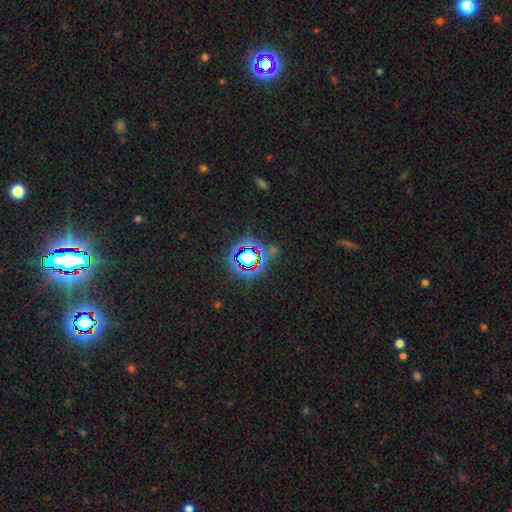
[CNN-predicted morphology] This appears to be a star or artifact, not a galaxy (80%).